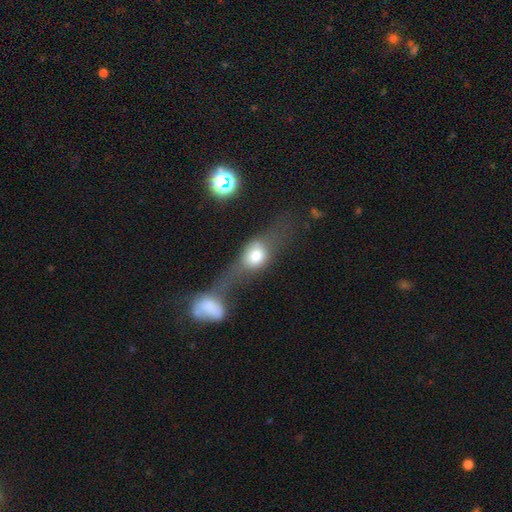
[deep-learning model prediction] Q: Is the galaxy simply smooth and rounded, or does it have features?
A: smooth — 54%.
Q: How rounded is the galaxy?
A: in between — 53%.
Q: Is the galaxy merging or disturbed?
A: merger — 34%.